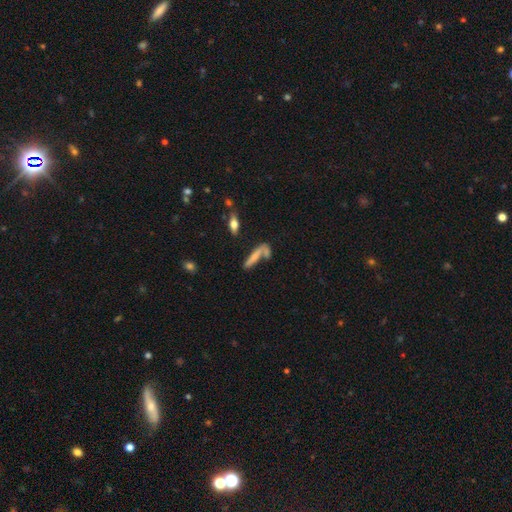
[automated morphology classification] The model was most divided on "merging": none: 44%, merger: 34%, minor disturbance: 13%, major disturbance: 9%. More confident: how rounded — cigar-shaped (76%); smooth or featured — smooth (61%).